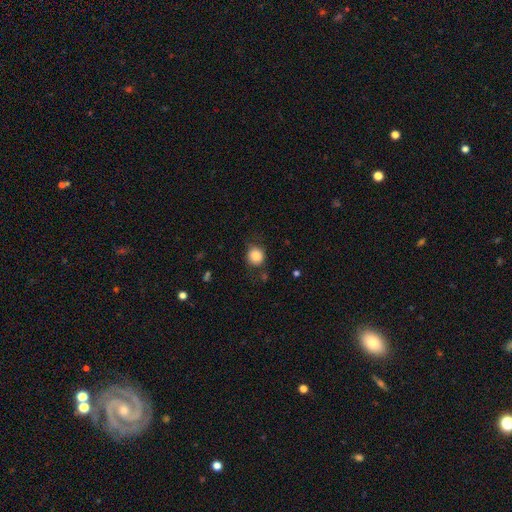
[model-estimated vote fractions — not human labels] A smooth galaxy with no disk features (83%) that is round (87%). Merging: none (75%).